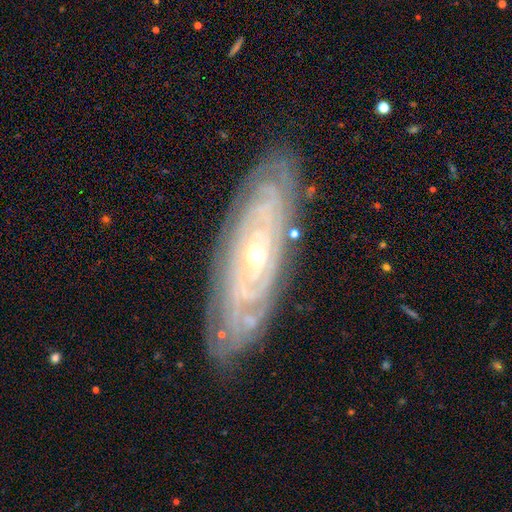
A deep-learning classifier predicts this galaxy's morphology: Smooth or featured? Predicted: featured or disk (p=0.87). Edge-on disk? Predicted: no (p=0.86). Bar? Predicted: no (p=0.75). Spiral arms? Predicted: yes (p=0.95). Spiral winding? Predicted: tight (p=0.86). Spiral arm count? Predicted: can't tell (p=0.44). Bulge size? Predicted: small (p=0.48, tied with moderate). Merging? Predicted: none (p=0.84).